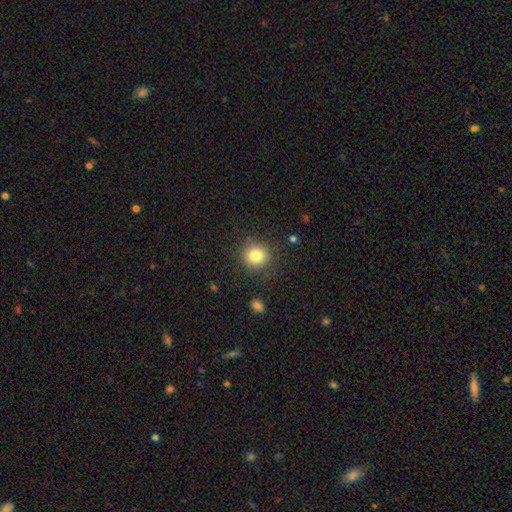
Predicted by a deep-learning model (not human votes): This appears to be a smooth galaxy with no disk features (82%) that is round (90%). Merging: none (86%).